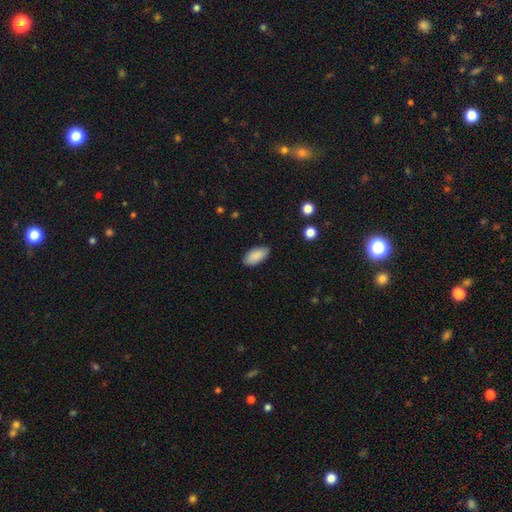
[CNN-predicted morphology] smooth 89%, star or artifact 6%, featured or disk 5%. Down the decision tree: how rounded — in between (93%); merging — none (85%).